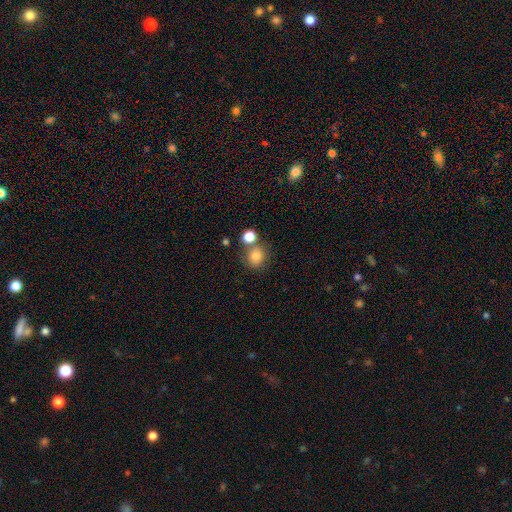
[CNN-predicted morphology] A smooth galaxy with no disk features (81%) that is round (78%).

Vote fractions:
- Smooth or featured? smooth: 81% / star or artifact: 11% / featured or disk: 8%
- How rounded? round: 78% / in between: 21% / cigar-shaped: 1%
- Merging? none: 59% / merger: 23% / minor disturbance: 13% / major disturbance: 5%